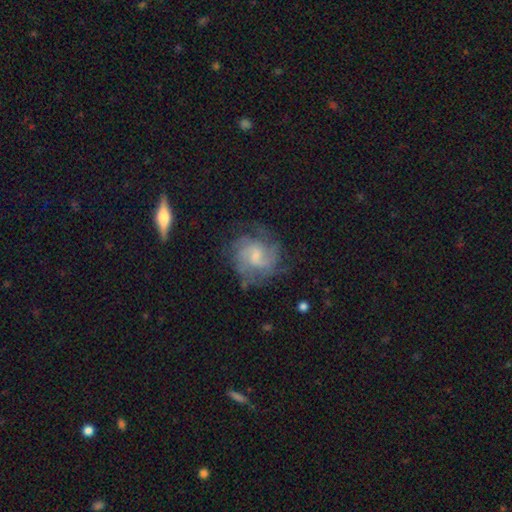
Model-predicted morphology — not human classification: This is likely a featured or disk galaxy (75%). It is clearly not viewed edge-on (97%). Bar: possibly weak (50%). Spiral arm pattern: clearly yes (91%). Spiral arm count: marginally 2 (33%). Spiral winding: marginally medium (44%). Central bulge: possibly small (46%). Merging: likely none (67%).